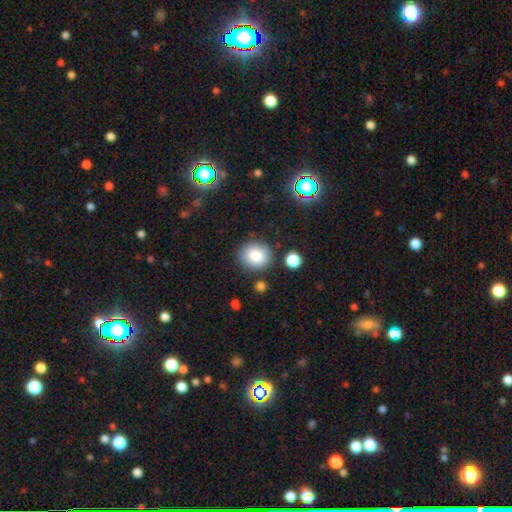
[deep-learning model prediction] The model was most divided on "how rounded": round: 83%, in between: 16%, cigar-shaped: 1%. More confident: merging — none (83%); smooth or featured — smooth (81%).